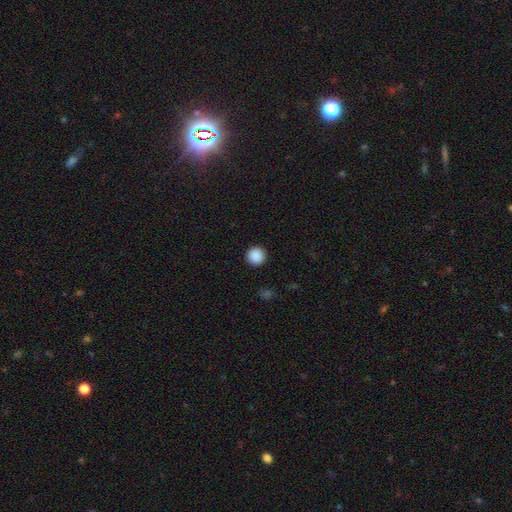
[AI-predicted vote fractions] Overall: smooth (89%). How rounded: round (96%). Merging: none (93%).